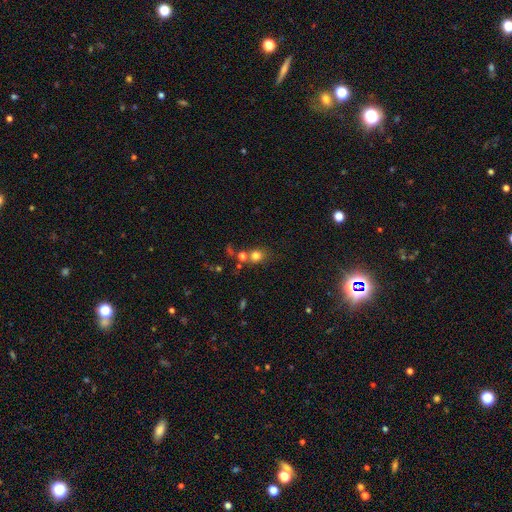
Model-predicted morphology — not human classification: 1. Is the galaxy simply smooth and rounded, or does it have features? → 76% smooth, 15% star or artifact, 9% featured or disk.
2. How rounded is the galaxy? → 77% round, 22% in between, 1% cigar-shaped.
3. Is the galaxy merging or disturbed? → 58% none, 25% merger, 11% minor disturbance, 6% major disturbance.